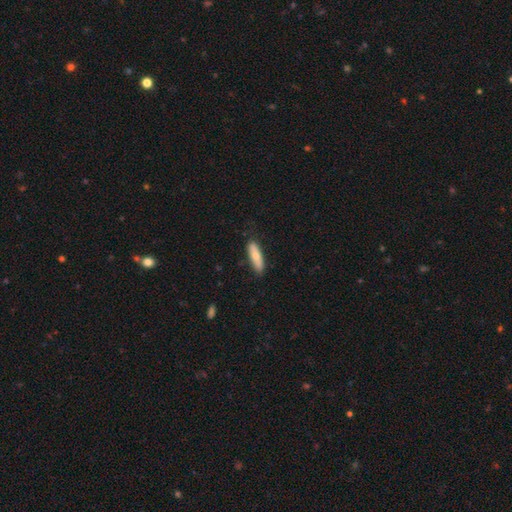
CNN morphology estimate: Smooth or featured?
  - smooth: 69% *
  - featured or disk: 25%
  - star or artifact: 6%
How rounded?
  - cigar-shaped: 62% *
  - in between: 36%
  - round: 2%
Merging?
  - none: 83% *
  - minor disturbance: 13%
  - major disturbance: 2%
  - merger: 1%